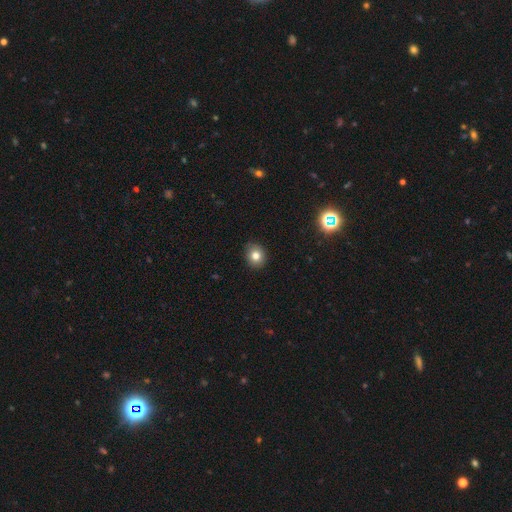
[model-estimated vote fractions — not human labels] smooth_or_featured: smooth (p=0.79) [alt: star or artifact p=0.13]
how_rounded: round (p=0.70) [alt: in between p=0.29]
merging: none (p=0.87) [alt: minor disturbance p=0.10]